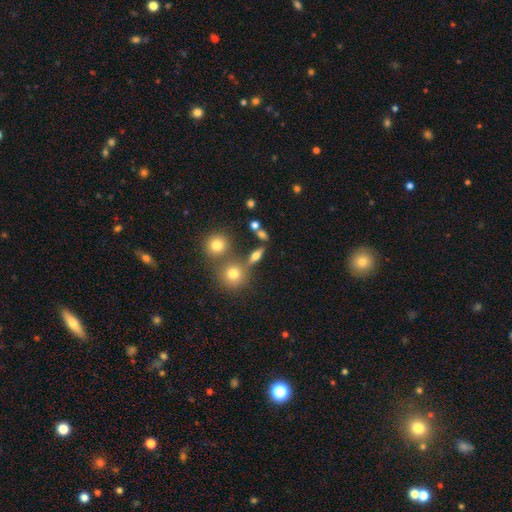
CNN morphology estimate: Smooth or featured? smooth (59%)
How rounded? in between (47%)
Merging? none (66%)